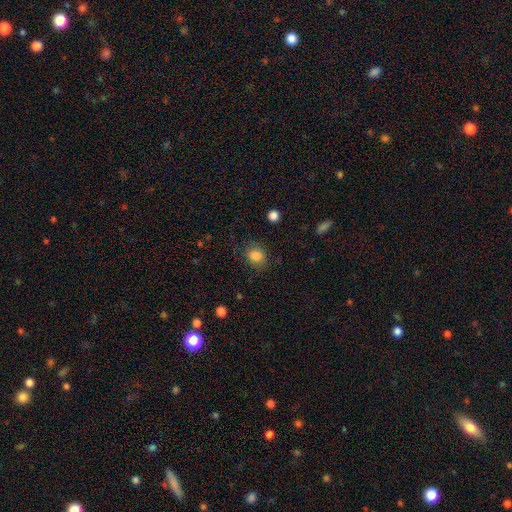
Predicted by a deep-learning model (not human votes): smooth-or-featured: smooth: 84% | star or artifact: 10% | featured or disk: 6%
  how-rounded: round: 68% | in between: 31% | cigar-shaped: 1%
  merging: none: 81% | minor disturbance: 13% | major disturbance: 4% | merger: 1%